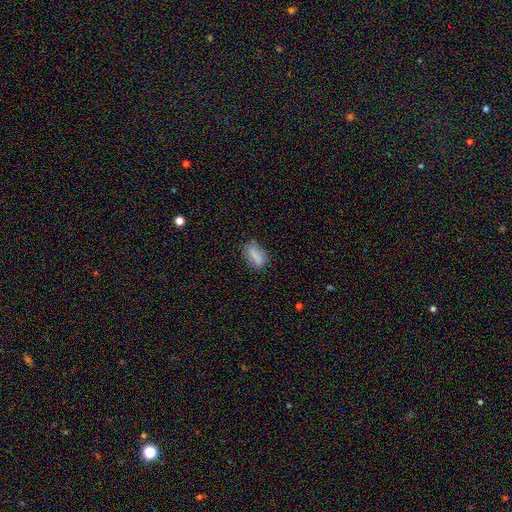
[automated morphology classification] Smooth or featured? smooth (73%)
How rounded? in between (75%)
Merging? none (73%)